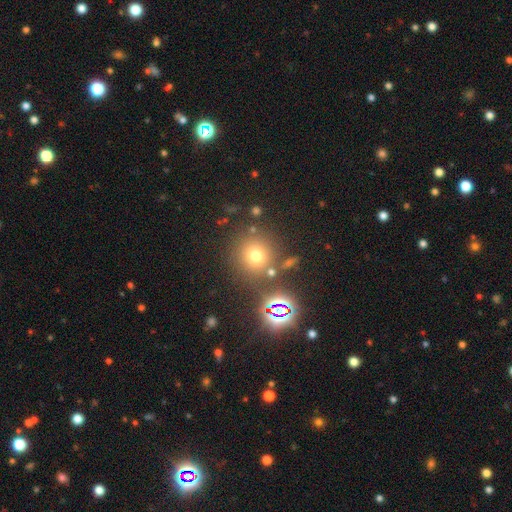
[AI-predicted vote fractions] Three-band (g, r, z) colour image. It shows a smooth galaxy with no disk features (66%) that is round (91%). Merging: none (76%).